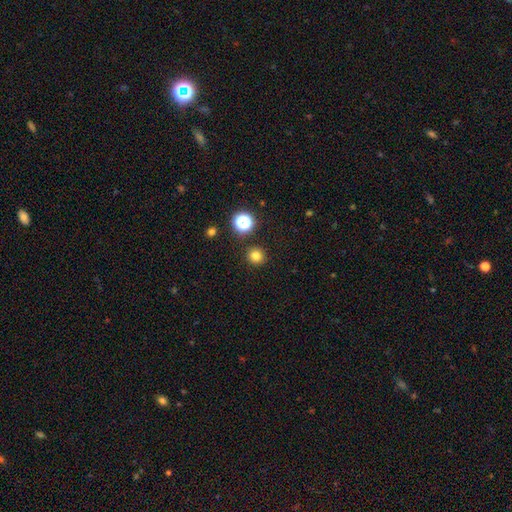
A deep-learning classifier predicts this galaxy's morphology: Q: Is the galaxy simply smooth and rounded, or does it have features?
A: smooth — 79%.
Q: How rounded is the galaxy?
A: round — 92%.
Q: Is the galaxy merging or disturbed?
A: none — 91%.